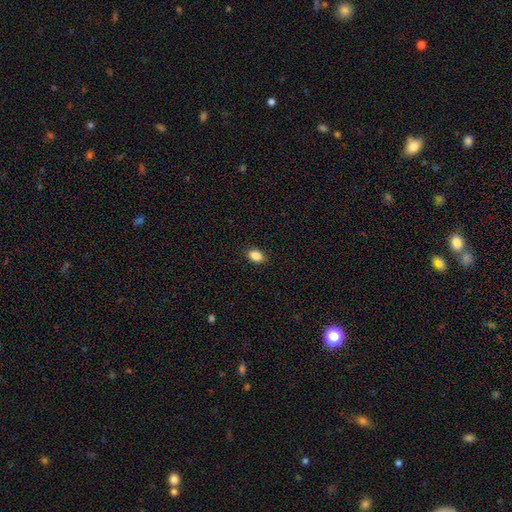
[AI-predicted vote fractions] smooth 86%, star or artifact 9%, featured or disk 5%. Down the decision tree: how rounded — in between (82%); merging — none (89%).